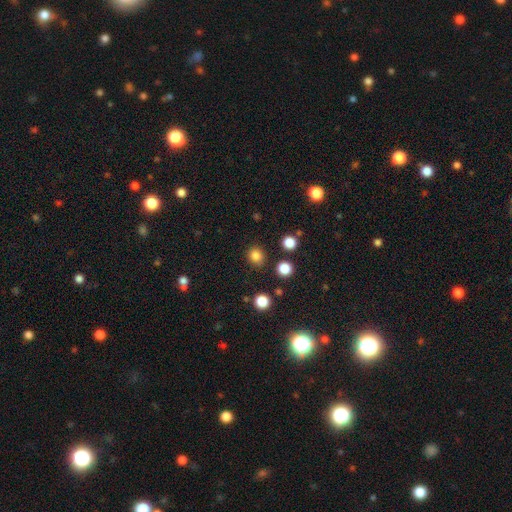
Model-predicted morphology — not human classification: This appears to be a smooth galaxy with no disk features (83%) that is round (83%). Merging: none (87%).